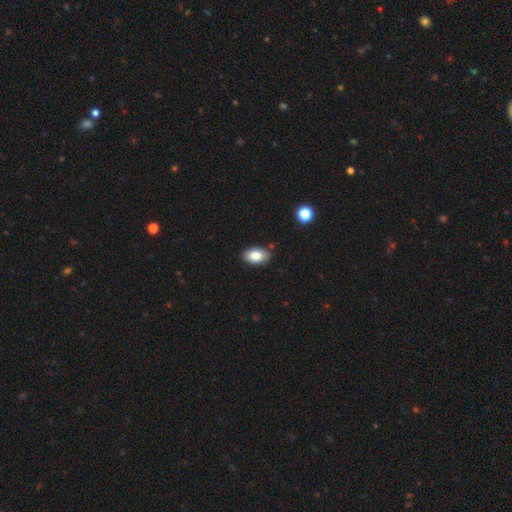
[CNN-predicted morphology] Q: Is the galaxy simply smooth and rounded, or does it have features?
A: smooth — 85%.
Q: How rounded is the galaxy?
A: in between — 92%.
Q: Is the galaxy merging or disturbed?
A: none — 83%.